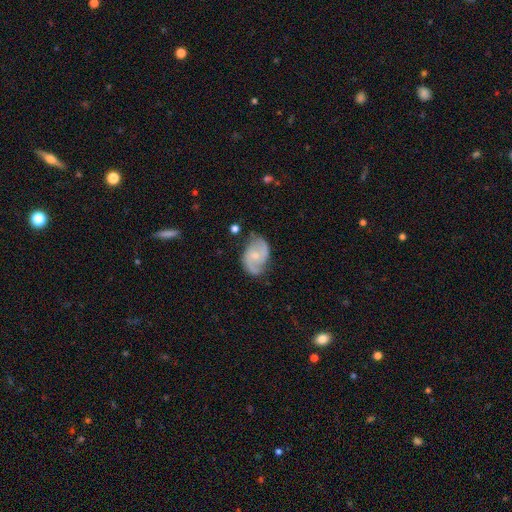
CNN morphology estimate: type=featured or disk (79%); edge-on=no (98%); bar=no (57%); spiral arms=yes (94%); winding=medium (49%); arm count=2 (89%); bulge=small (57%); merging=none (72%).